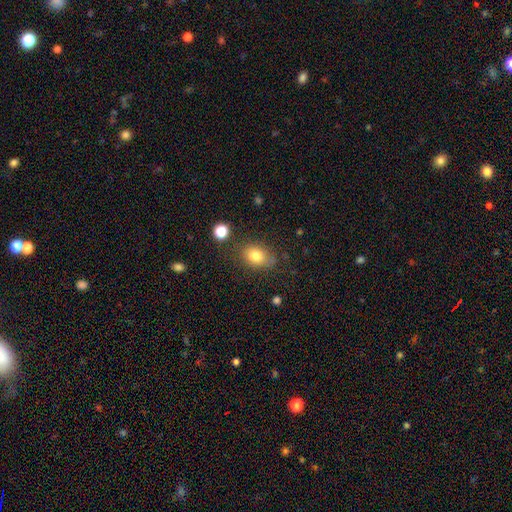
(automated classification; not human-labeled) smooth 80%, star or artifact 10%, featured or disk 10%. Down the decision tree: how rounded — in between (71%); merging — none (73%).